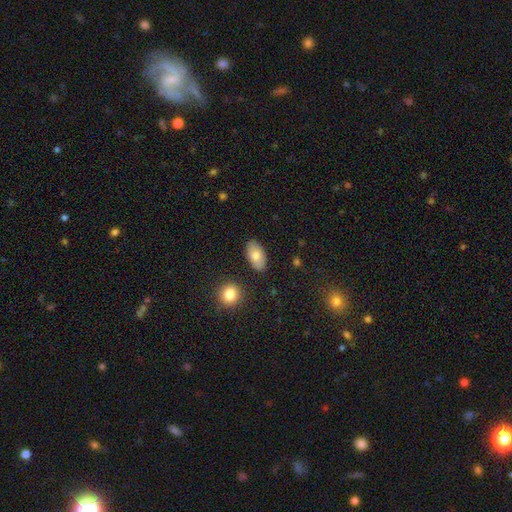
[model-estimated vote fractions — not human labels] A smooth galaxy with no disk features (77%) that is in between round and cigar-shaped (93%).

Vote fractions:
- Smooth or featured? smooth: 77% / featured or disk: 16% / star or artifact: 7%
- How rounded? in between: 93% / round: 4% / cigar-shaped: 2%
- Merging? none: 85% / minor disturbance: 10% / merger: 2% / major disturbance: 2%